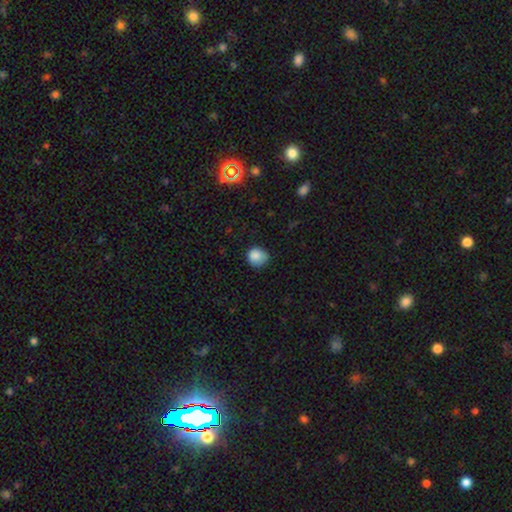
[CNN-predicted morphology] Smooth or featured?
  - smooth: 85% *
  - star or artifact: 9%
  - featured or disk: 6%
How rounded?
  - round: 84% *
  - in between: 15%
  - cigar-shaped: 1%
Merging?
  - none: 66% *
  - minor disturbance: 27%
  - major disturbance: 6%
  - merger: 1%